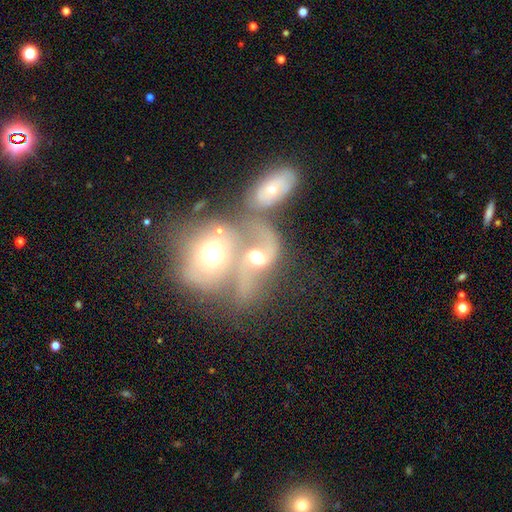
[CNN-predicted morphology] Smooth or featured?
  - featured or disk: 39% *
  - smooth: 33%
  - star or artifact: 28%
Merging?
  - merger: 57% *
  - none: 28%
  - minor disturbance: 8%
  - major disturbance: 7%